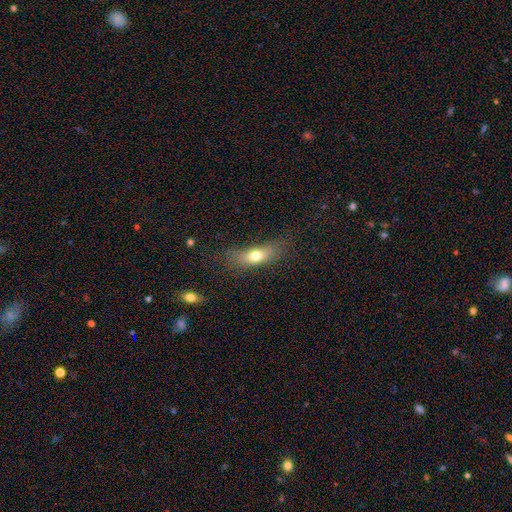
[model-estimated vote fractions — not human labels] Smooth or featured: smooth — 68% (featured or disk — 22%)
How rounded: in between — 58% (cigar-shaped — 35%)
Merging: none — 65% (minor disturbance — 21%)